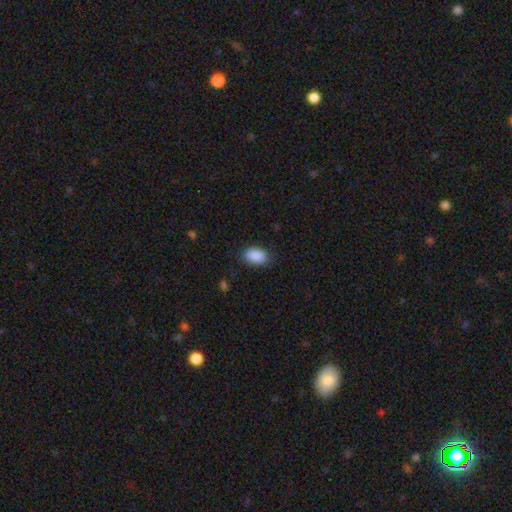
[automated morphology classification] The model was most divided on "merging": none: 82%, minor disturbance: 14%, major disturbance: 3%, merger: 1%. More confident: how rounded — in between (90%); smooth or featured — smooth (90%).